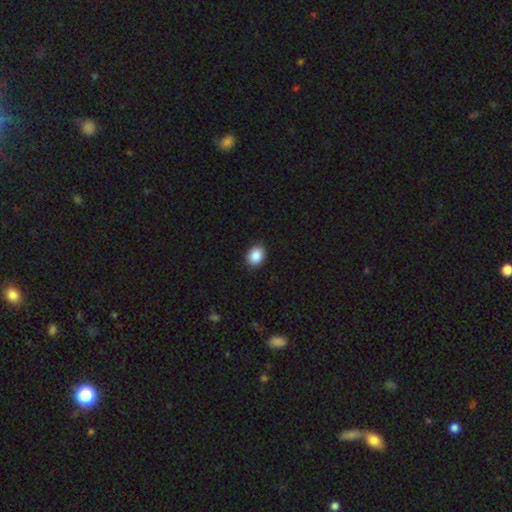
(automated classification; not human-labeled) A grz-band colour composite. It shows a smooth galaxy with no disk features (88%) that is in between round and cigar-shaped (61%). Merging: none (89%).